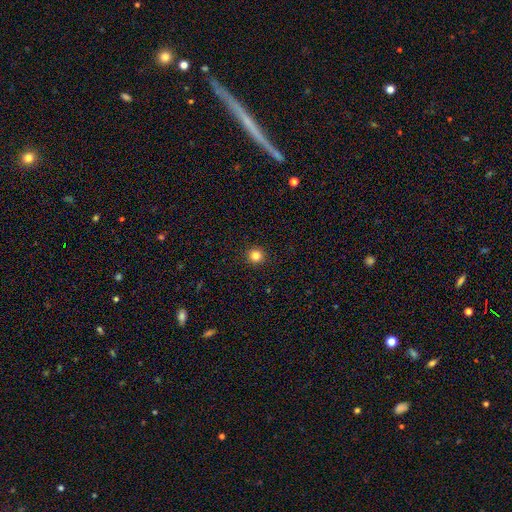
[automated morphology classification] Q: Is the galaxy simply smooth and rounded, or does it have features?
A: smooth — 83%.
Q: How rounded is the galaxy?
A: round — 95%.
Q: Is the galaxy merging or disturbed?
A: none — 93%.